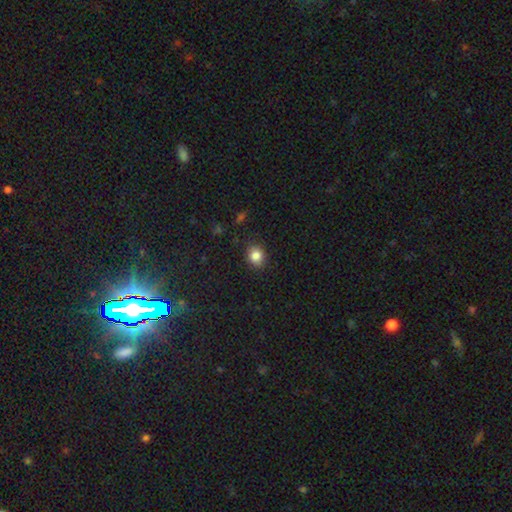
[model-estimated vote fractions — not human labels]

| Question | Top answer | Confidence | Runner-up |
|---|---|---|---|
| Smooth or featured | smooth | 84% | star or artifact (10%) |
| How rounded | round | 64% | in between (35%) |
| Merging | none | 88% | minor disturbance (9%) |